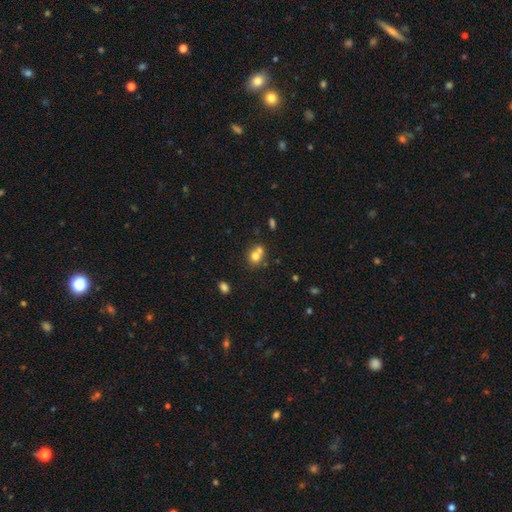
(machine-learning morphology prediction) smooth 72%, featured or disk 15%, star or artifact 13%. Down the decision tree: how rounded — round (75%); merging — merger (49%).